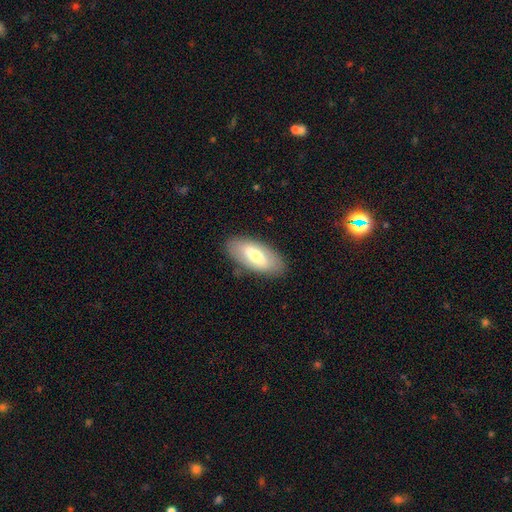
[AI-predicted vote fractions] A smooth galaxy with no disk features (59%) that is in between round and cigar-shaped (84%).

Vote fractions:
- Smooth or featured? smooth: 59% / featured or disk: 34% / star or artifact: 7%
- How rounded? in between: 84% / cigar-shaped: 14% / round: 2%
- Merging? none: 84% / minor disturbance: 11% / major disturbance: 3% / merger: 1%